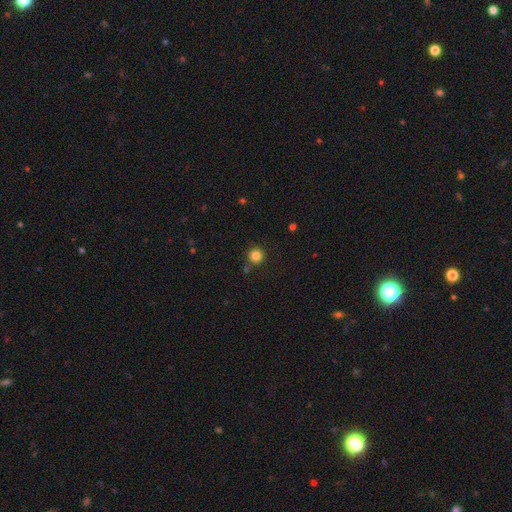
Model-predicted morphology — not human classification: This appears to be a smooth galaxy with no disk features (84%) that is round (95%). Merging: none (83%).